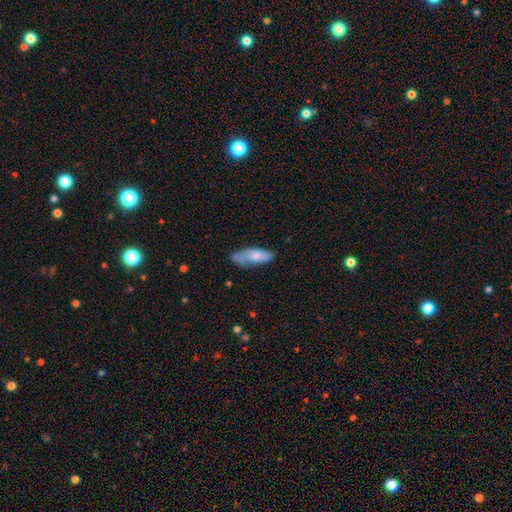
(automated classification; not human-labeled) smooth-or-featured: smooth: 66% | featured or disk: 28% | star or artifact: 6%
  how-rounded: in between: 65% | cigar-shaped: 33% | round: 2%
  merging: none: 48% | minor disturbance: 32% | major disturbance: 12% | merger: 8%